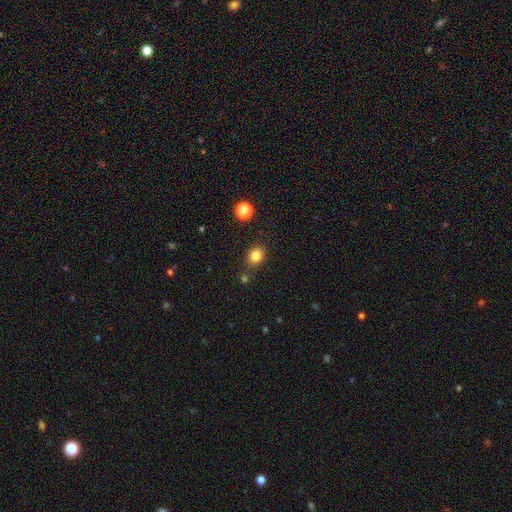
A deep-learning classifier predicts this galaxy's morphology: This is clearly a smooth galaxy (83%). How rounded: possibly round (50%). Merging: clearly none (82%).